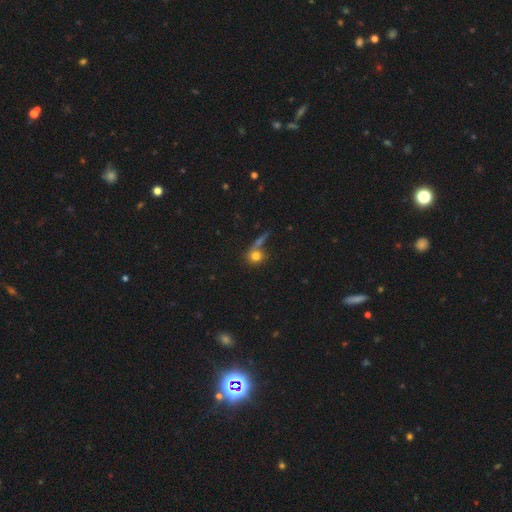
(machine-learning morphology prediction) Overall: smooth (75%). How rounded: round (80%). Merging: none (44%; merger 31%).